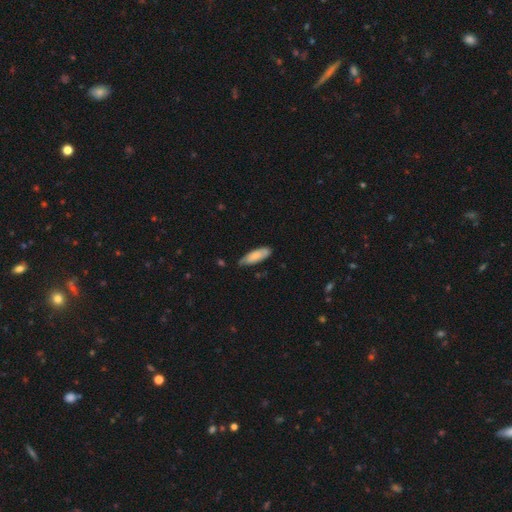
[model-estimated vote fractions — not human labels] A smooth galaxy with no disk features (74%) that is in between round and cigar-shaped (60%).

Vote fractions:
- Smooth or featured? smooth: 74% / featured or disk: 21% / star or artifact: 6%
- How rounded? in between: 60% / cigar-shaped: 38% / round: 2%
- Merging? none: 64% / minor disturbance: 29% / major disturbance: 5% / merger: 2%